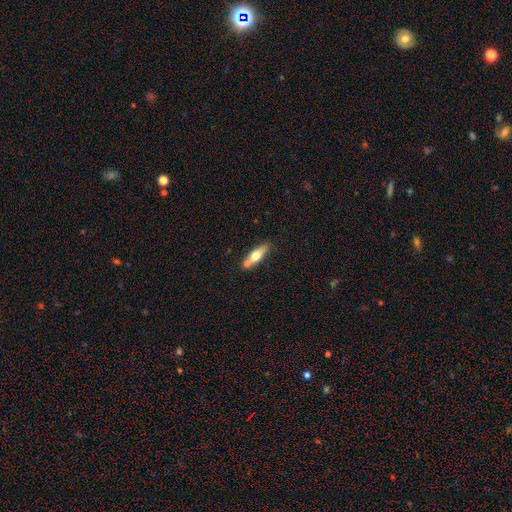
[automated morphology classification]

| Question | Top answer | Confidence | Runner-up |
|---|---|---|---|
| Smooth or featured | smooth | 59% | featured or disk (34%) |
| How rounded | in between | 49% | cigar-shaped (47%) |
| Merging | none | 55% | merger (26%) |